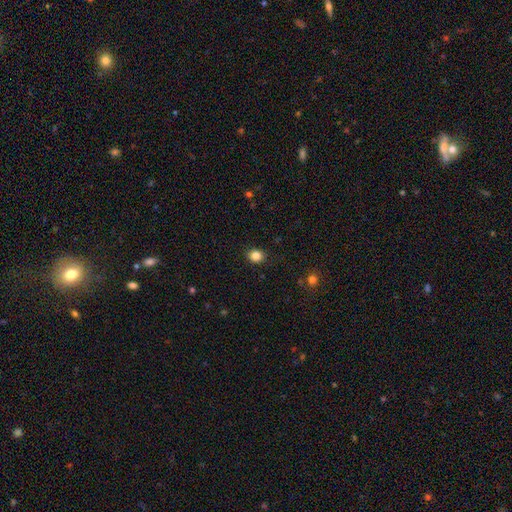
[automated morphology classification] smooth_or_featured: smooth (p=0.84) [alt: star or artifact p=0.11]
how_rounded: round (p=0.71) [alt: in between p=0.28]
merging: none (p=0.89) [alt: minor disturbance p=0.08]